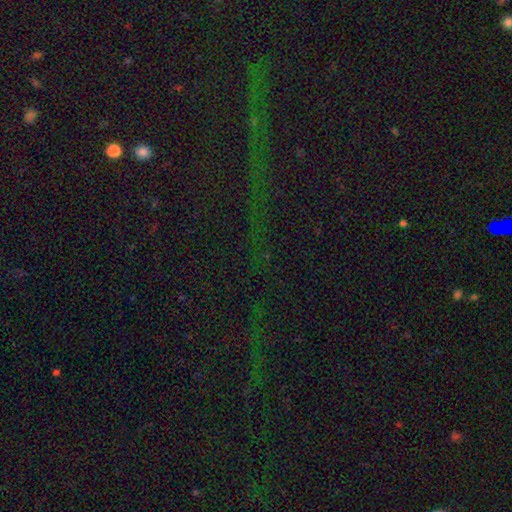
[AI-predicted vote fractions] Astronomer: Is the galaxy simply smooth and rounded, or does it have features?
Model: star or artifact — 79%.